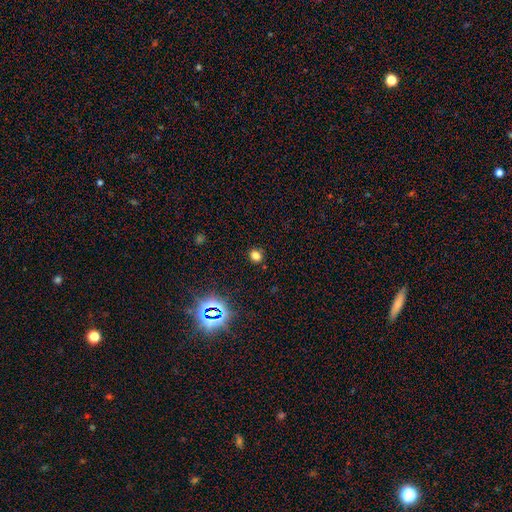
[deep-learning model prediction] A smooth galaxy with no disk features (75%) that is round (75%). Merging: none (88%).